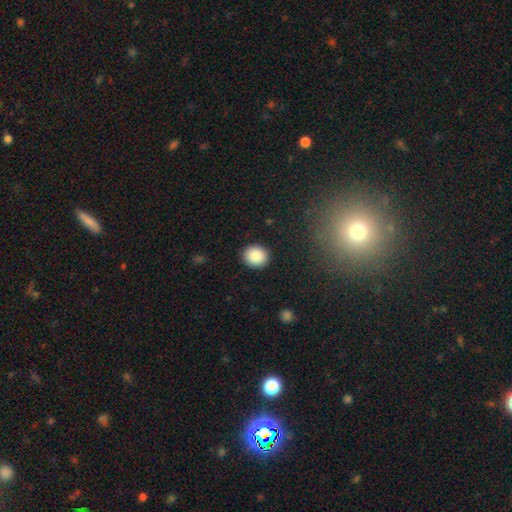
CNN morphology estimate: Smooth or featured? Predicted: smooth (p=0.88). How rounded? Predicted: round (p=0.81). Merging? Predicted: none (p=0.91).